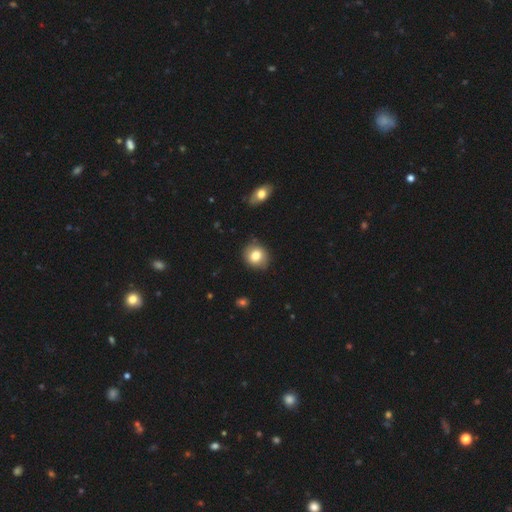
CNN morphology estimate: Smooth or featured? smooth (79%)
How rounded? round (76%)
Merging? none (83%)